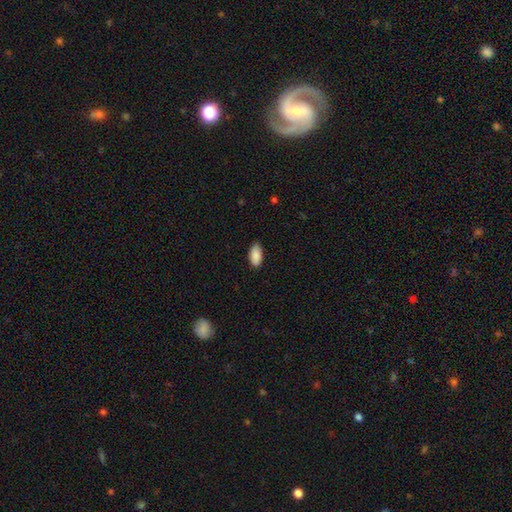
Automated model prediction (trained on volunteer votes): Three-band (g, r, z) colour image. It shows a smooth galaxy with no disk features (90%) that is in between round and cigar-shaped (94%). Merging: none (85%).